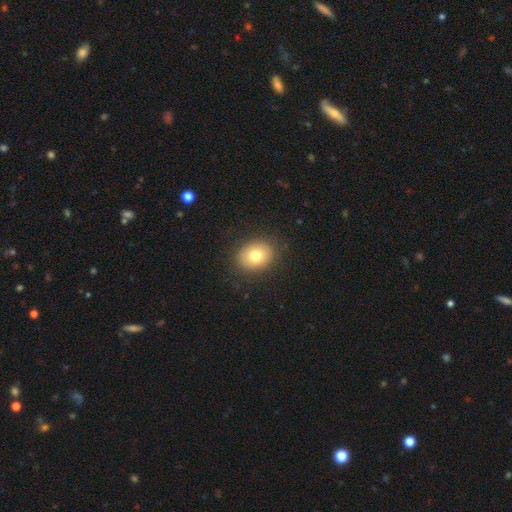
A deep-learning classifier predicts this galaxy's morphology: type=smooth (77%); roundness=round (51%); merging=none (87%).